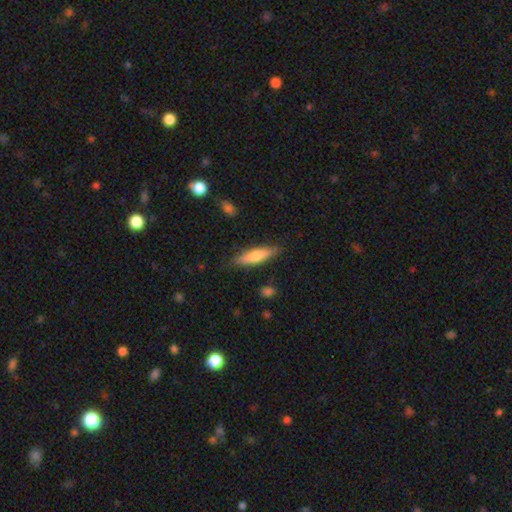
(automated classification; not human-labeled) Smooth or featured? smooth (63%)
How rounded? cigar-shaped (76%)
Merging? none (86%)